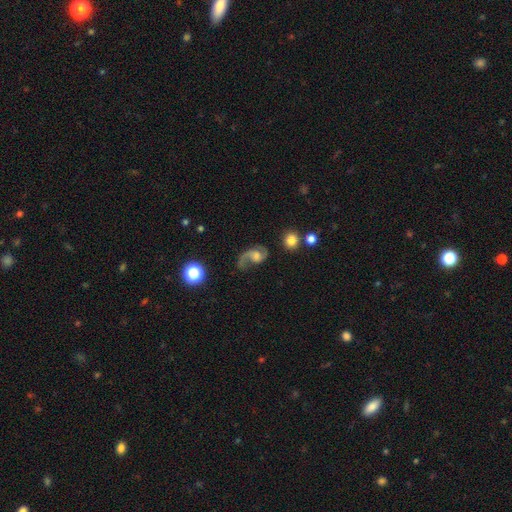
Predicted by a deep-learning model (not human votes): smooth-or-featured: featured or disk: 78% | smooth: 14% | star or artifact: 7%
  disk-edge-on: no: 97% | yes: 3%
    bar: no: 60% | weak: 34% | strong: 6%
    has-spiral-arms: yes: 95% | no: 5%
      spiral-winding: loose: 67% | medium: 27% | tight: 6%
      spiral-arm-count: 2: 63% | 1: 32% | can't tell: 2% | 3: 1% | 4: 1% | more than 4: 1%
    bulge-size: moderate: 41% | small: 29% | none: 14% | large: 14% | dominant: 3%
  merging: none: 45% | major disturbance: 30% | minor disturbance: 20% | merger: 5%